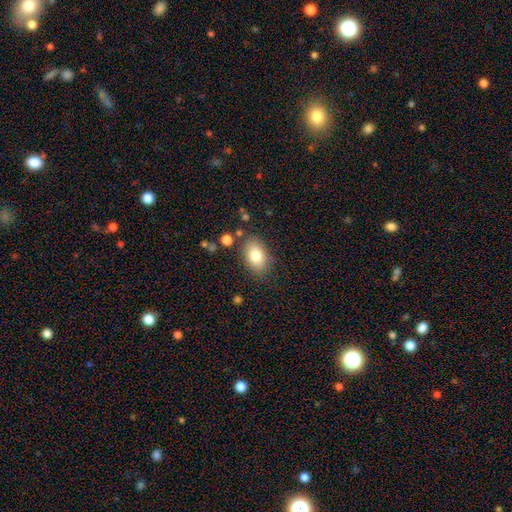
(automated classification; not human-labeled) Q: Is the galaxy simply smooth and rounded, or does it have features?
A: smooth — 79%.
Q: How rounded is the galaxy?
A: in between — 86%.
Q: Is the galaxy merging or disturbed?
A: none — 82%.